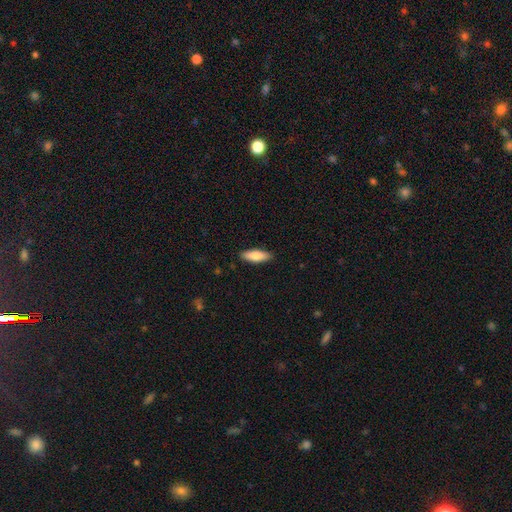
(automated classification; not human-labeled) This appears to be a smooth galaxy with no disk features (76%) that is in between round and cigar-shaped (55%). Merging: none (89%).